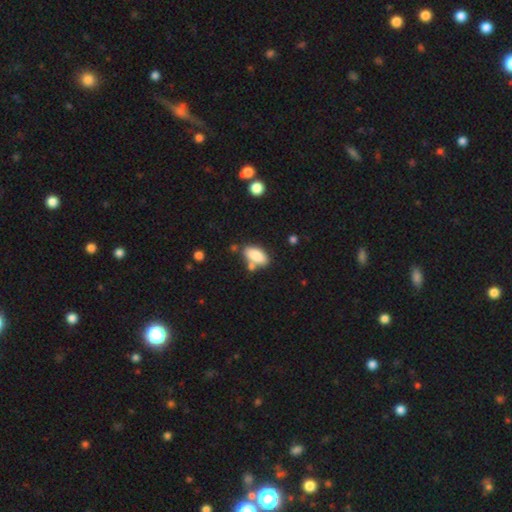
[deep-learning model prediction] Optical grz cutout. It shows a smooth galaxy with no disk features (84%) that is in between round and cigar-shaped (89%). Merging: none (64%).